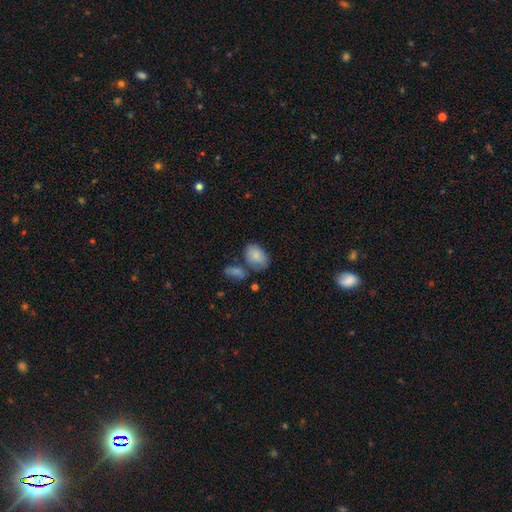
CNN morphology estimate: type=smooth (82%); roundness=in between (86%); merging=none (54%).